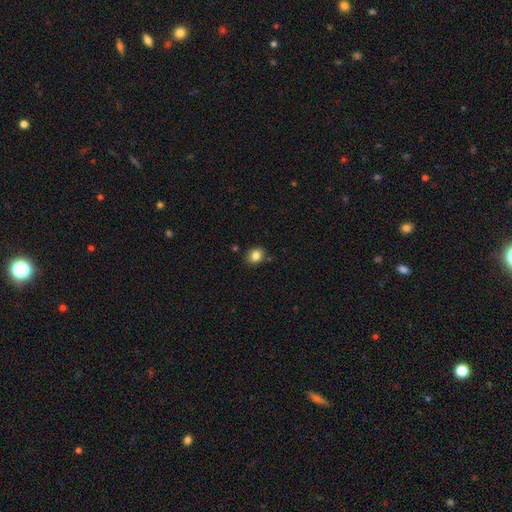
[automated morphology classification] Smooth or featured?
  - smooth: 83% *
  - star or artifact: 11%
  - featured or disk: 6%
How rounded?
  - round: 62% *
  - in between: 37%
  - cigar-shaped: 1%
Merging?
  - none: 83% *
  - minor disturbance: 11%
  - merger: 3%
  - major disturbance: 3%